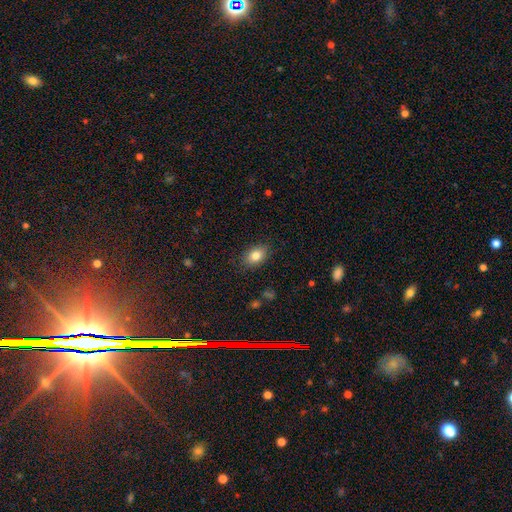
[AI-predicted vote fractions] A smooth galaxy with no disk features (82%) that is in between round and cigar-shaped (82%).

Vote fractions:
- Smooth or featured? smooth: 82% / featured or disk: 9% / star or artifact: 9%
- How rounded? in between: 82% / round: 16% / cigar-shaped: 2%
- Merging? none: 86% / minor disturbance: 11% / major disturbance: 3% / merger: 1%